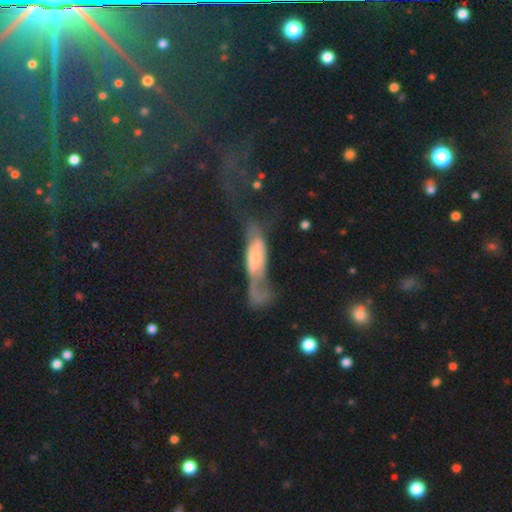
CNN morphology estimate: Overall: featured or disk (50%; smooth 40%). Edge-on disk: no (69%; yes 31%). Merging: major disturbance (50%; none 21%).